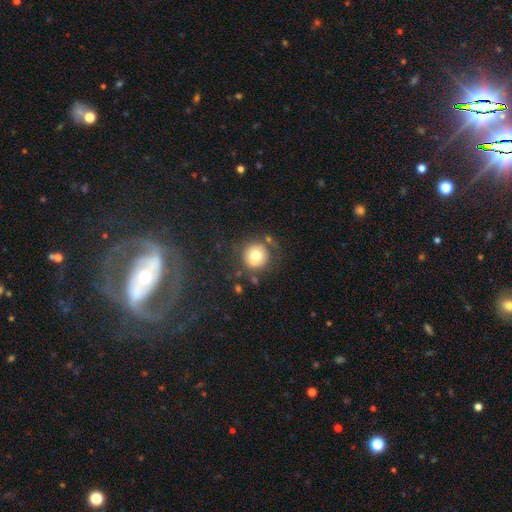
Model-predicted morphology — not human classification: This is likely a smooth galaxy (73%). How rounded: clearly round (92%). Merging: likely none (72%).